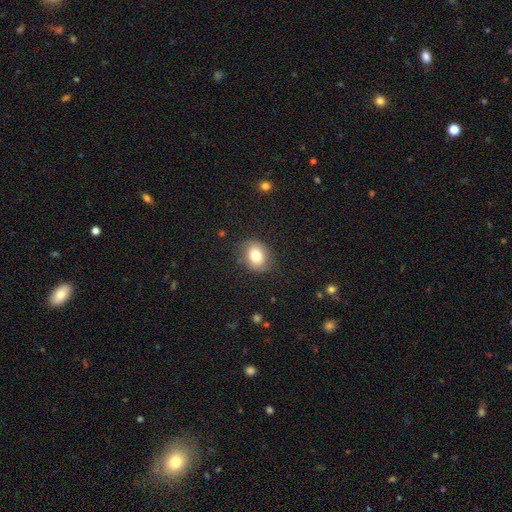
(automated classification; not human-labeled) A smooth galaxy with no disk features (77%) that is in between round and cigar-shaped (53%). Merging: none (82%).